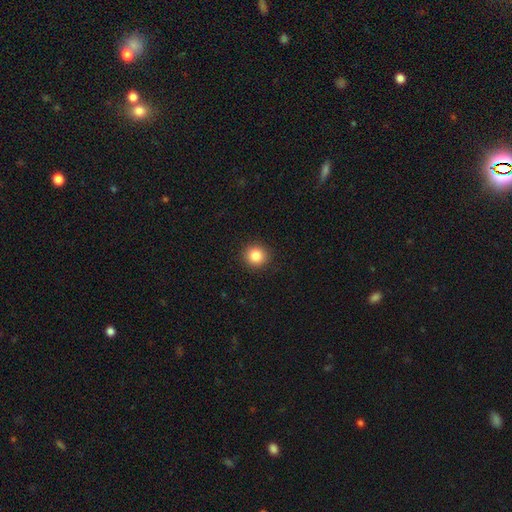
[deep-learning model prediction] Morphology: type=smooth (85%); roundness=round (92%); merging=none (92%).